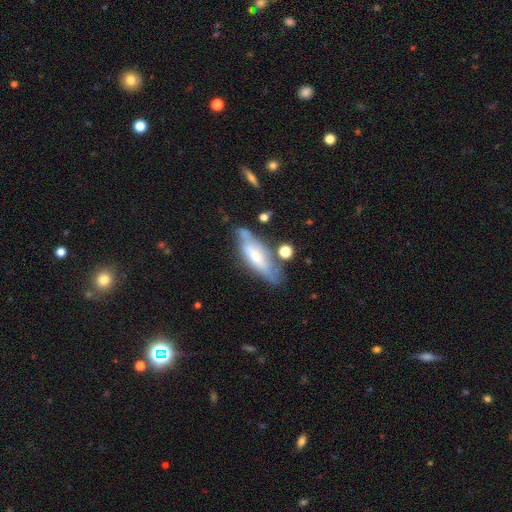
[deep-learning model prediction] Overall: featured or disk (50%; smooth 43%). Edge-on disk: yes (52%; no 48%). Merging: none (57%; minor disturbance 24%).